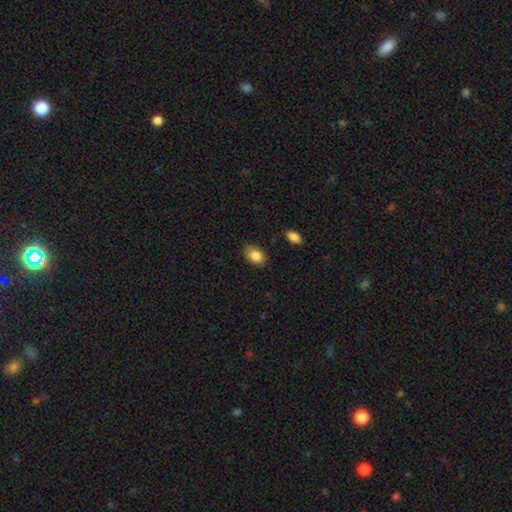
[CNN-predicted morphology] Smooth or featured? Predicted: smooth (p=0.85). How rounded? Predicted: in between (p=0.80). Merging? Predicted: none (p=0.81).